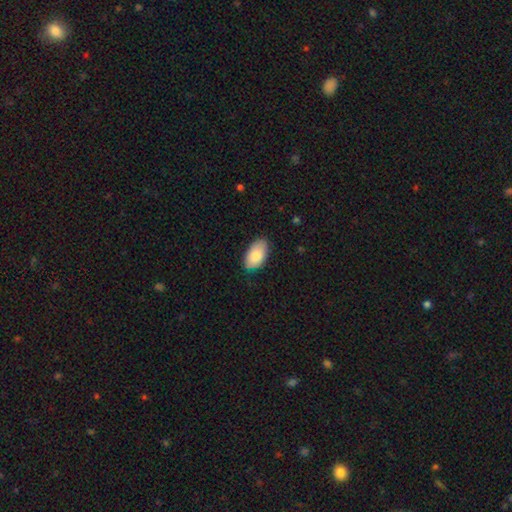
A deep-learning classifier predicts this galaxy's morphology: Overall: smooth (84%). How rounded: in between (95%). Merging: none (77%).